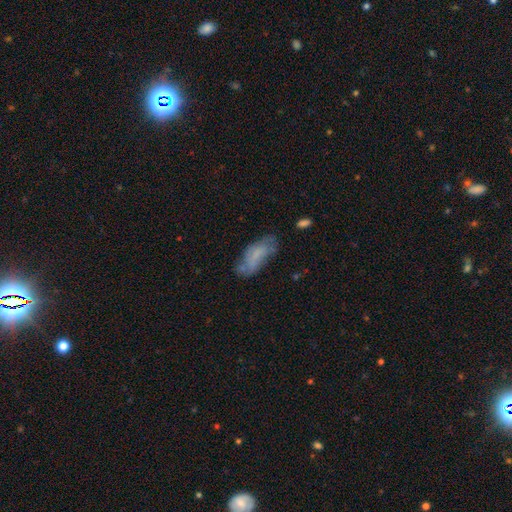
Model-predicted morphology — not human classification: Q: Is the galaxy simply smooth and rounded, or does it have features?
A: smooth — 62%.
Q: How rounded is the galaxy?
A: in between — 78%.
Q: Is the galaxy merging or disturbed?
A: none — 52%.